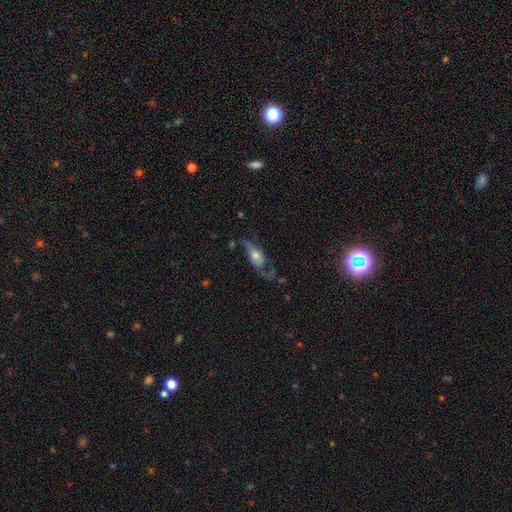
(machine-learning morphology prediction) Smooth or featured?
  - featured or disk: 54% *
  - smooth: 37%
  - star or artifact: 9%
Edge-on disk?
  - no: 73% *
  - yes: 27%
Merging?
  - none: 37% *
  - major disturbance: 35%
  - minor disturbance: 24%
  - merger: 4%